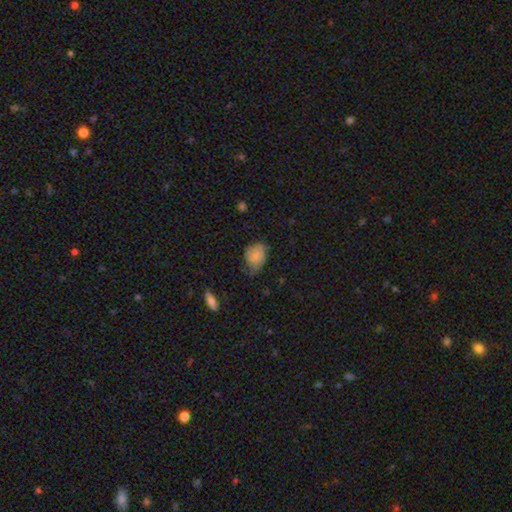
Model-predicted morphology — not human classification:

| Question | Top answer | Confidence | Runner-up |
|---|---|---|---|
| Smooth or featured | smooth | 71% | featured or disk (21%) |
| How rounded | in between | 61% | round (38%) |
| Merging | none | 43% | minor disturbance (39%) |